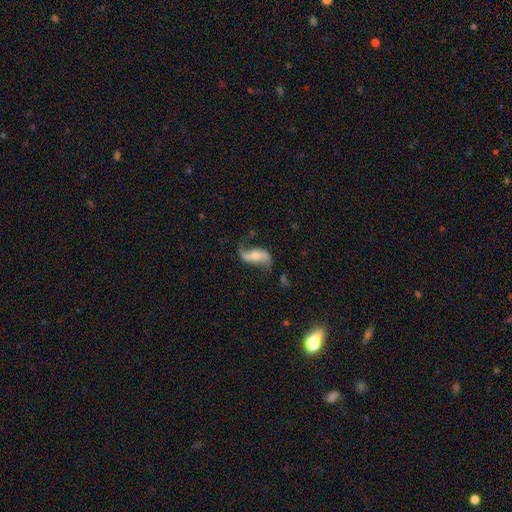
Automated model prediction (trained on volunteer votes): Smooth or featured? Predicted: featured or disk (p=0.82). Edge-on disk? Predicted: no (p=0.94). Bar? Predicted: no (p=0.42). Spiral arms? Predicted: yes (p=0.94). Spiral winding? Predicted: loose (p=0.85). Spiral arm count? Predicted: 2 (p=0.92). Bulge size? Predicted: moderate (p=0.53). Merging? Predicted: none (p=0.70).